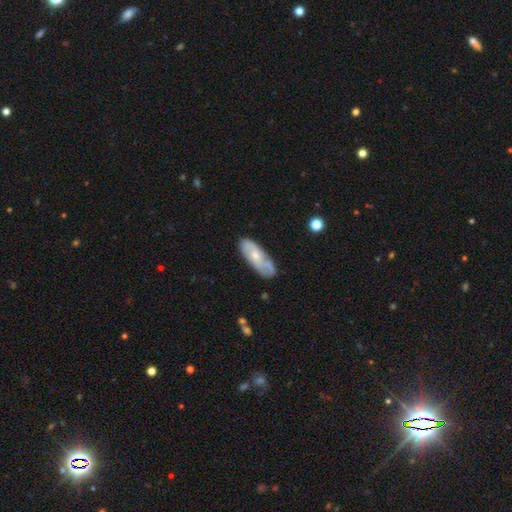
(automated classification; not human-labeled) smooth-or-featured: featured or disk: 54% | smooth: 40% | star or artifact: 6%
  disk-edge-on: no: 83% | yes: 17%
  merging: none: 72% | minor disturbance: 21% | major disturbance: 5% | merger: 3%